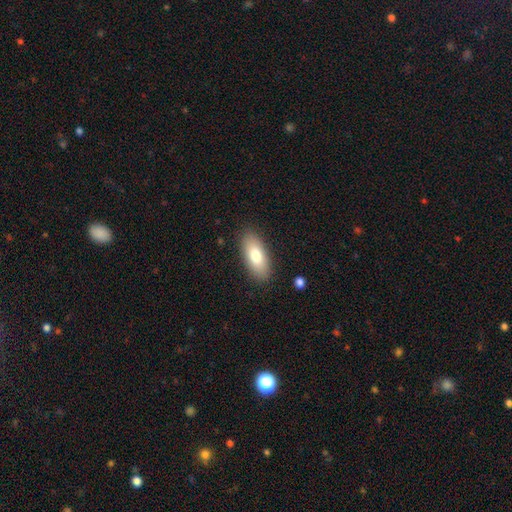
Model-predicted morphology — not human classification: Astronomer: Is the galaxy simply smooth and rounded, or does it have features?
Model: smooth — 78%.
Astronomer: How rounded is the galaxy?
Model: in between — 83%.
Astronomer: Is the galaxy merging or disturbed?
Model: none — 87%.